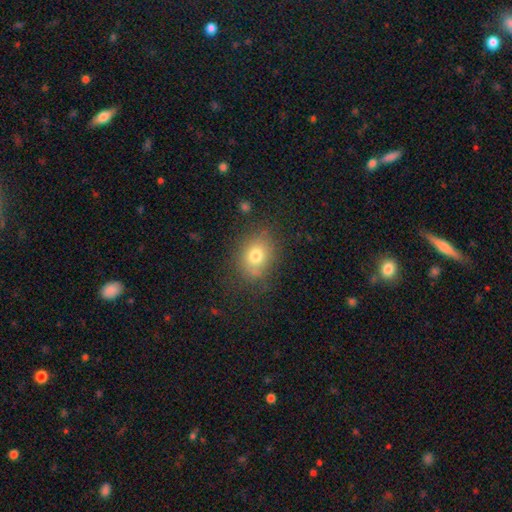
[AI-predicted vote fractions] Smooth or featured: smooth — 75% (featured or disk — 14%)
How rounded: in between — 56% (round — 43%)
Merging: none — 74% (minor disturbance — 17%)